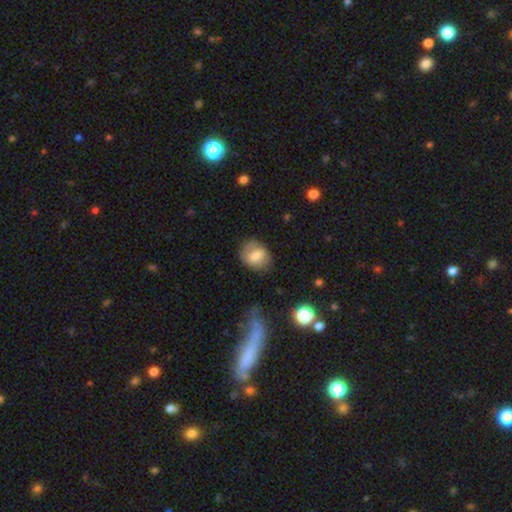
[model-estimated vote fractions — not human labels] smooth 66%, featured or disk 26%, star or artifact 8%. Down the decision tree: how rounded — round (57%); merging — none (69%).